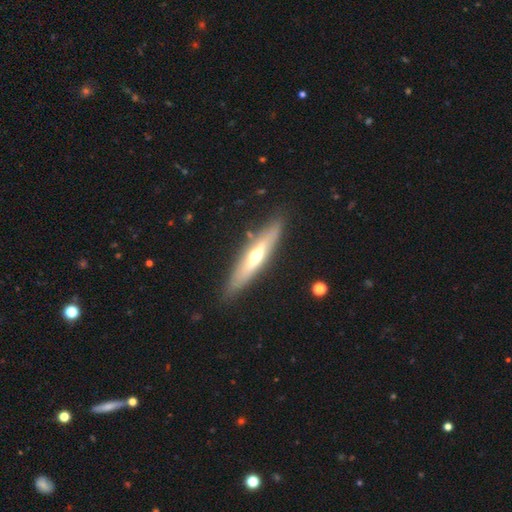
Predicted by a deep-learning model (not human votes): A featured or disk galaxy (59%) viewed edge-on (82%). Merging: none (85%).